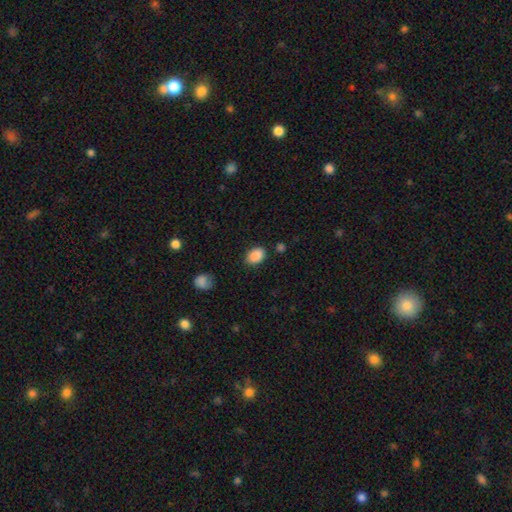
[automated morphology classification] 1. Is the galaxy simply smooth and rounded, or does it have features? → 89% smooth, 8% star or artifact, 3% featured or disk.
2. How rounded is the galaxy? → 82% in between, 17% round, 1% cigar-shaped.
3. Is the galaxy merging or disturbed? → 82% none, 13% minor disturbance, 3% major disturbance, 2% merger.